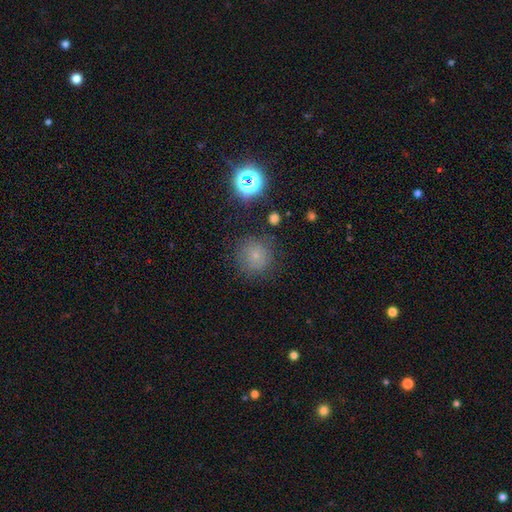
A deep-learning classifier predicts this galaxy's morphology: Smooth or featured? smooth (68%)
How rounded? round (93%)
Merging? none (81%)